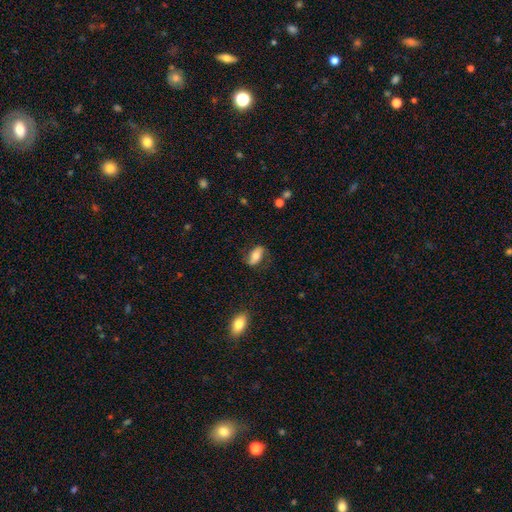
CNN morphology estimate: Overall: smooth (57%; featured or disk 36%). How rounded: in between (82%). Merging: none (74%).